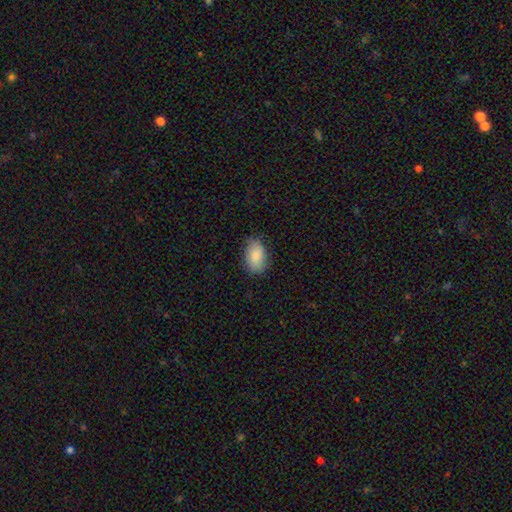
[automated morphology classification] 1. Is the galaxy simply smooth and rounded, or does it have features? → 82% smooth, 11% featured or disk, 7% star or artifact.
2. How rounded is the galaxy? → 89% in between, 9% round, 1% cigar-shaped.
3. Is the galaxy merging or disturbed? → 76% none, 19% minor disturbance, 4% major disturbance, 1% merger.